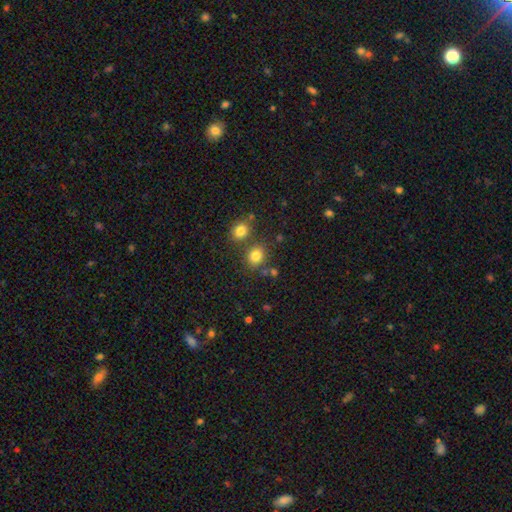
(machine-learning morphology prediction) This is clearly a smooth galaxy (81%). How rounded: likely round (71%). Merging: likely none (69%).